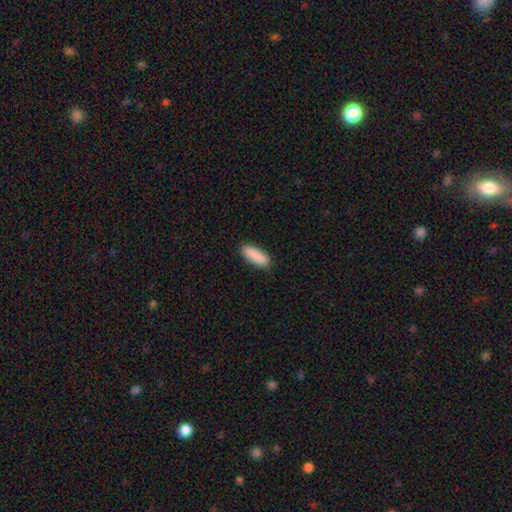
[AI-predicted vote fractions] smooth_or_featured: smooth (p=0.89) [alt: star or artifact p=0.06]
how_rounded: in between (p=0.66) [alt: cigar-shaped p=0.32]
merging: none (p=0.87) [alt: minor disturbance p=0.10]